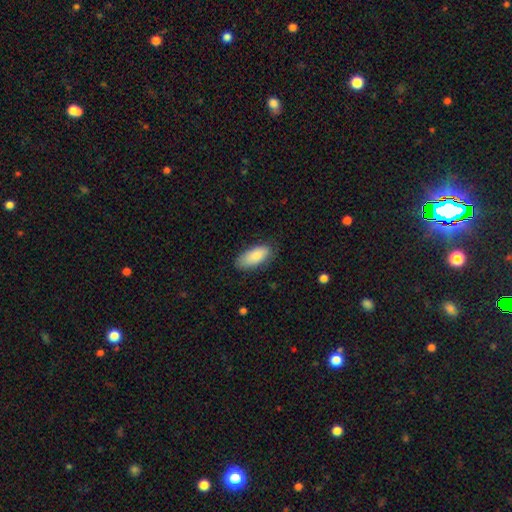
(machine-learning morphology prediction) Overall: smooth (85%). How rounded: in between (87%). Merging: none (78%).